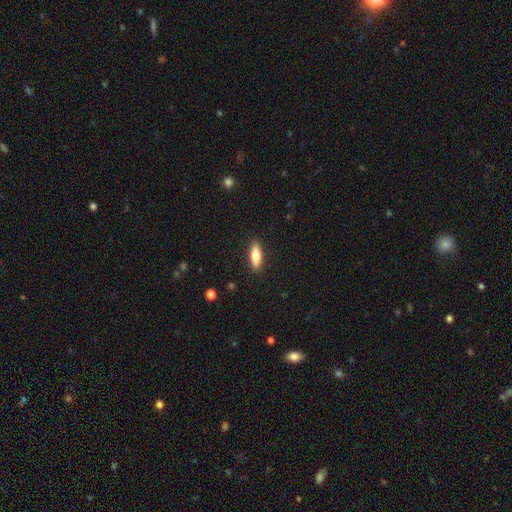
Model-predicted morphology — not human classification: smooth_or_featured: smooth (p=0.78) [alt: featured or disk p=0.16]
how_rounded: in between (p=0.58) [alt: cigar-shaped p=0.40]
merging: none (p=0.89) [alt: minor disturbance p=0.08]